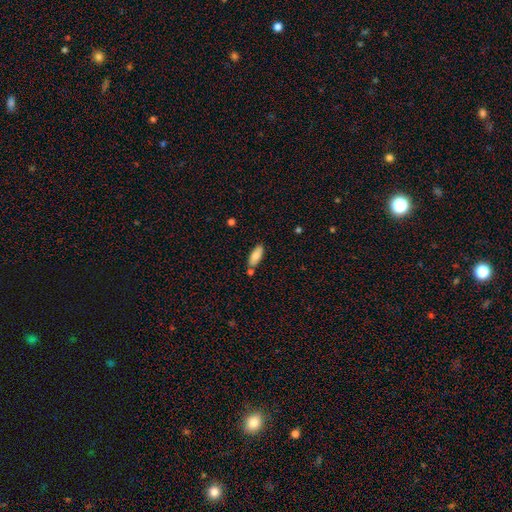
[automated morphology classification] Smooth or featured? smooth (82%)
How rounded? in between (81%)
Merging? none (72%)